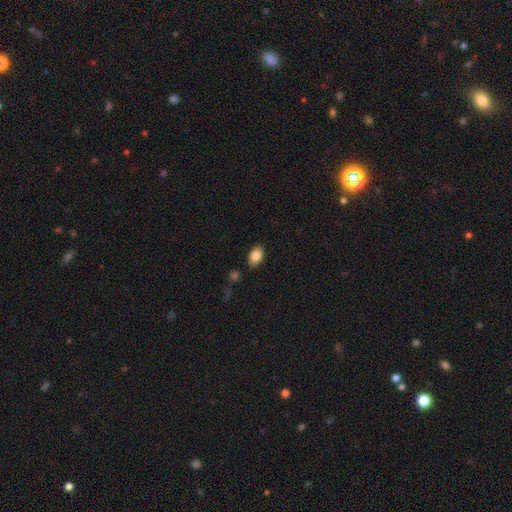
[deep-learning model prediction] A smooth galaxy with no disk features (85%) that is in between round and cigar-shaped (89%).

Vote fractions:
- Smooth or featured? smooth: 85% / featured or disk: 8% / star or artifact: 8%
- How rounded? in between: 89% / round: 9% / cigar-shaped: 2%
- Merging? none: 84% / minor disturbance: 11% / major disturbance: 2% / merger: 2%